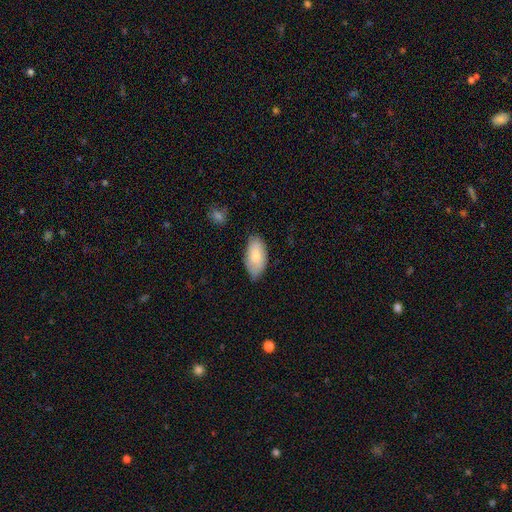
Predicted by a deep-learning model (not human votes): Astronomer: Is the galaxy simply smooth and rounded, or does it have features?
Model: smooth — 79%.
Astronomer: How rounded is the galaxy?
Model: in between — 95%.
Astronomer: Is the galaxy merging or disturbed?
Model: none — 69%.